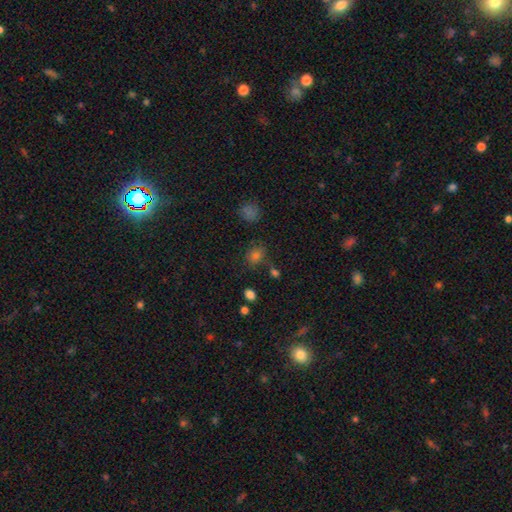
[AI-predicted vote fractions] Morphology: type=smooth (71%); roundness=round (54%); merging=none (74%).